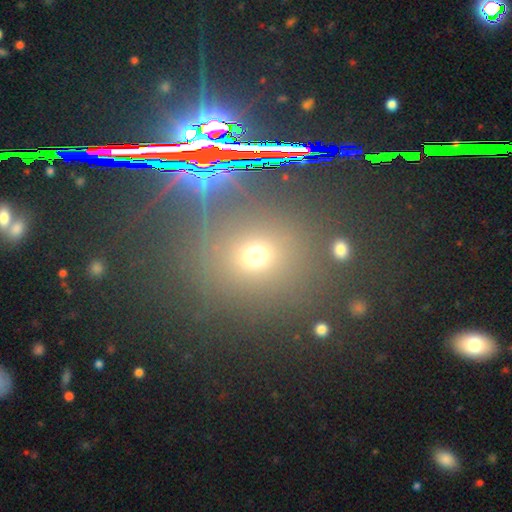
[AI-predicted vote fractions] Smooth or featured: smooth — 61% (star or artifact — 29%)
How rounded: round — 77% (in between — 21%)
Merging: none — 73% (minor disturbance — 10%)